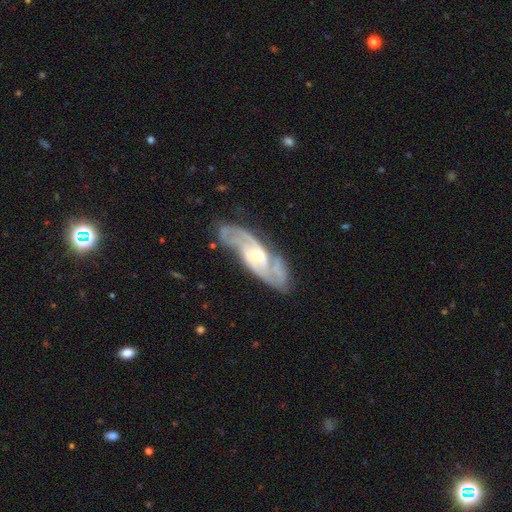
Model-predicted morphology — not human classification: featured or disk 89%, smooth 6%, star or artifact 4%. Down the decision tree: edge-on disk — no (91%); bar — no (48%); spiral arms — yes (97%); spiral arm count — 2 (58%); spiral winding — medium (46%); bulge size — moderate (55%); merging — none (69%).